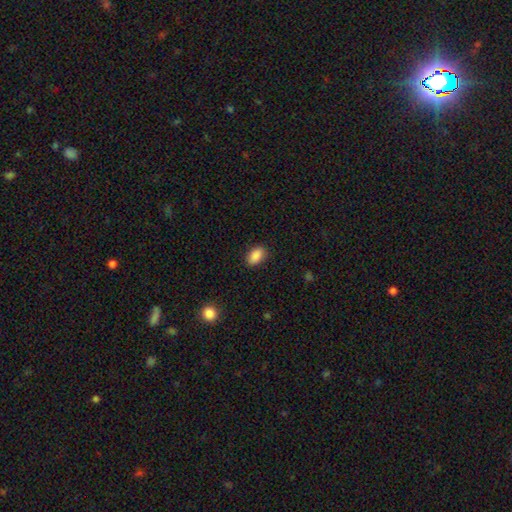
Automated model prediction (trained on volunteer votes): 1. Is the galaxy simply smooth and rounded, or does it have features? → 89% smooth, 8% star or artifact, 3% featured or disk.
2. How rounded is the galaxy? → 90% in between, 8% round, 2% cigar-shaped.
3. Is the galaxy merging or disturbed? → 87% none, 9% minor disturbance, 2% major disturbance, 1% merger.